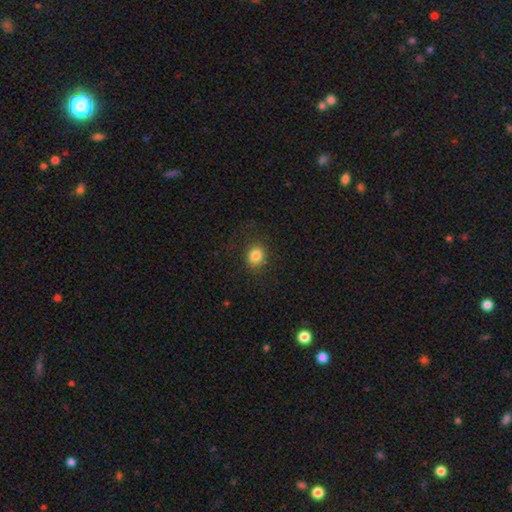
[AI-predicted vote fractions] A smooth galaxy with no disk features (84%) that is round (72%).

Vote fractions:
- Smooth or featured? smooth: 84% / star or artifact: 11% / featured or disk: 5%
- How rounded? round: 72% / in between: 27% / cigar-shaped: 1%
- Merging? none: 86% / minor disturbance: 10% / major disturbance: 4% / merger: 1%